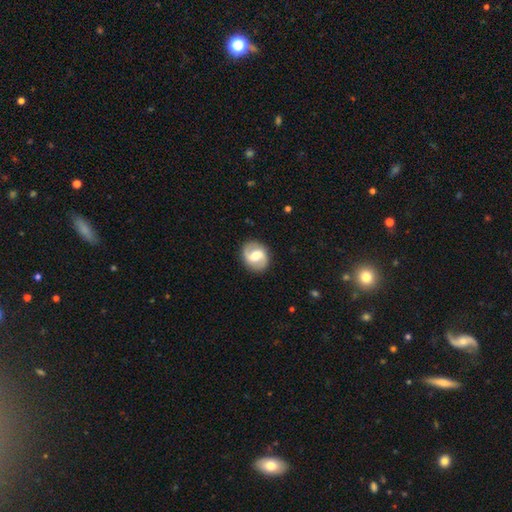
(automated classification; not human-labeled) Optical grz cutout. It shows a featured or disk galaxy (70%) with a weak bar (48%), 2 (90%) medium (45%) spiral arms (84%) and a moderate central bulge (62%). Merging: none (87%).